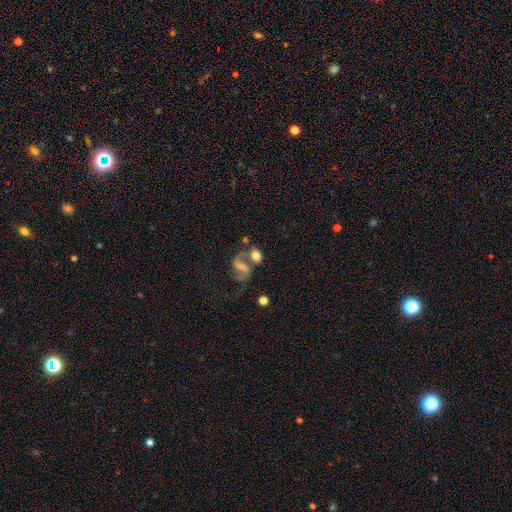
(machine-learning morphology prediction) A smooth galaxy with no disk features (47%).

Vote fractions:
- Smooth or featured? smooth: 47% / featured or disk: 43% / star or artifact: 11%
- Merging? merger: 40% / none: 39% / minor disturbance: 12% / major disturbance: 10%